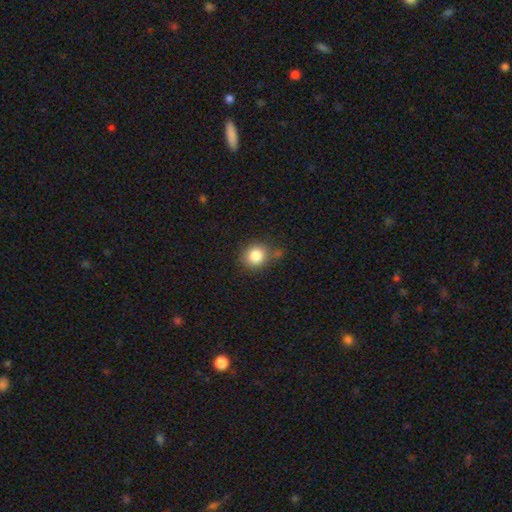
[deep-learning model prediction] smooth_or_featured: smooth (p=0.84) [alt: star or artifact p=0.10]
how_rounded: round (p=0.83) [alt: in between p=0.16]
merging: none (p=0.74) [alt: minor disturbance p=0.15]